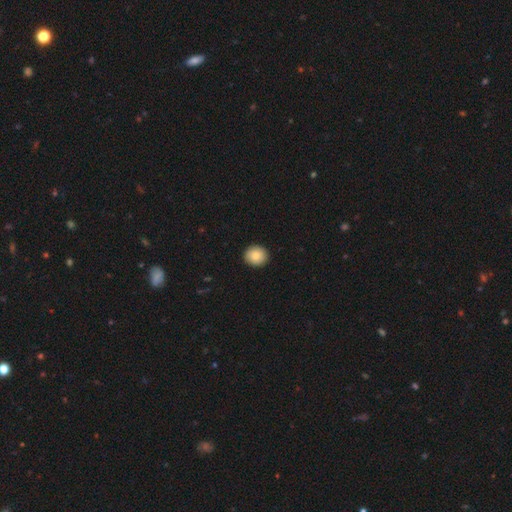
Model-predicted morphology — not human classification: Smooth or featured: smooth — 87% (star or artifact — 8%)
How rounded: round — 83% (in between — 16%)
Merging: none — 91% (minor disturbance — 6%)